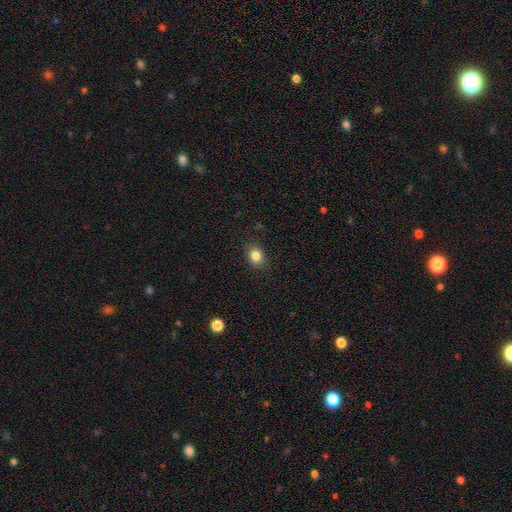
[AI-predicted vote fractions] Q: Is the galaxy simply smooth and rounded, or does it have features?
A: smooth — 84%.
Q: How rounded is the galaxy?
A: in between — 55%.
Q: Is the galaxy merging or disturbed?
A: none — 87%.